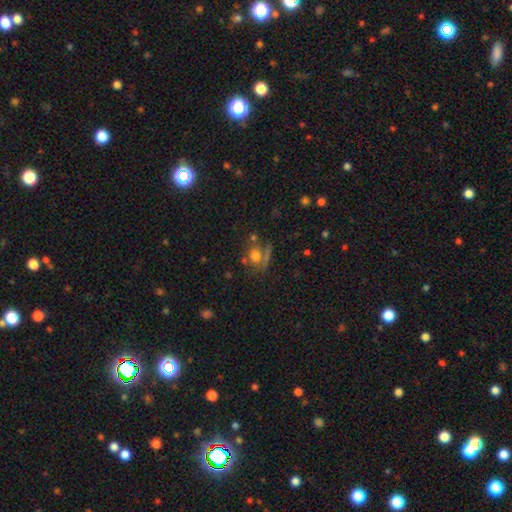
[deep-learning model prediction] Q: Smooth or featured?
A: smooth (63%); runner-up: star or artifact (21%)
Q: How rounded?
A: round (68%); runner-up: in between (29%)
Q: Merging?
A: none (52%); runner-up: merger (21%)